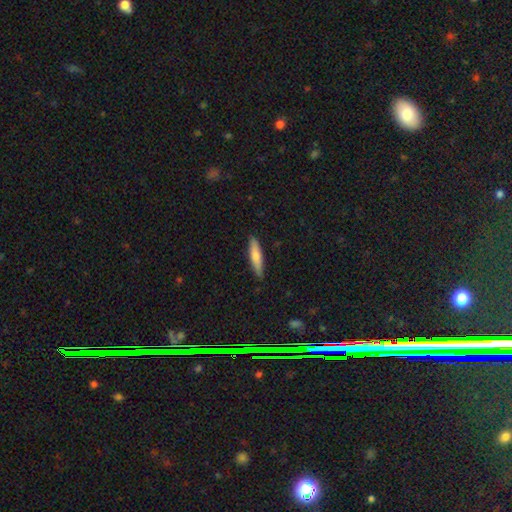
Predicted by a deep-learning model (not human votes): Smooth or featured: smooth — 70% (featured or disk — 24%)
How rounded: cigar-shaped — 79% (in between — 20%)
Merging: none — 87% (minor disturbance — 11%)